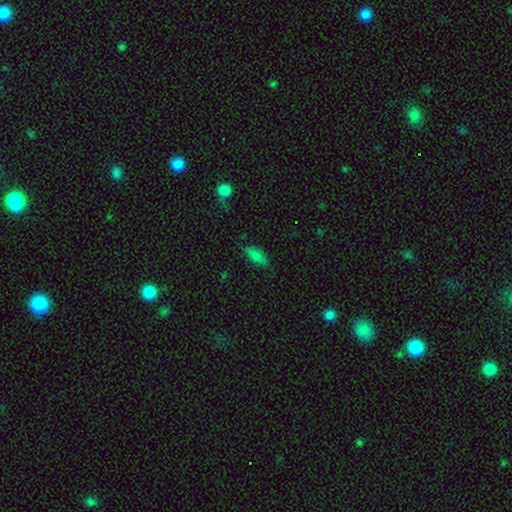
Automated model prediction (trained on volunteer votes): smooth 80%, star or artifact 10%, featured or disk 10%. Down the decision tree: how rounded — in between (80%); merging — none (78%).